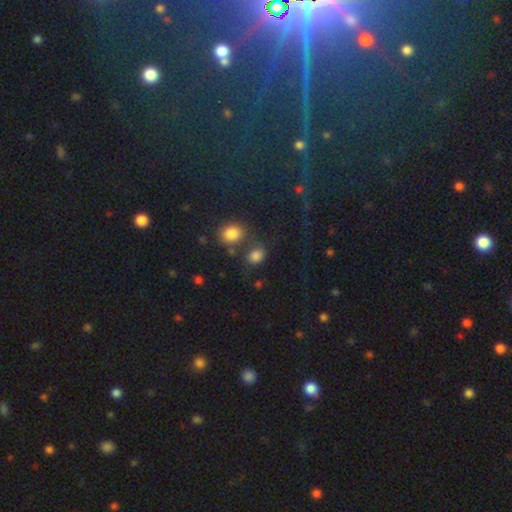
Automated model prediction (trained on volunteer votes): smooth_or_featured: smooth (p=0.78) [alt: star or artifact p=0.16]
how_rounded: round (p=0.64) [alt: in between p=0.34]
merging: none (p=0.56) [alt: merger p=0.23]